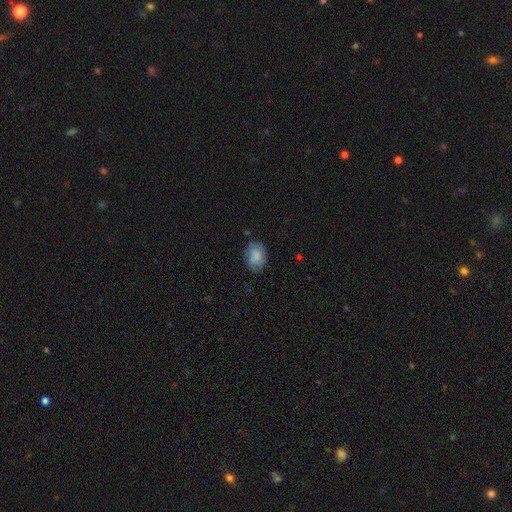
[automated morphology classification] Smooth or featured? Predicted: smooth (p=0.76). How rounded? Predicted: in between (p=0.72). Merging? Predicted: none (p=0.68).